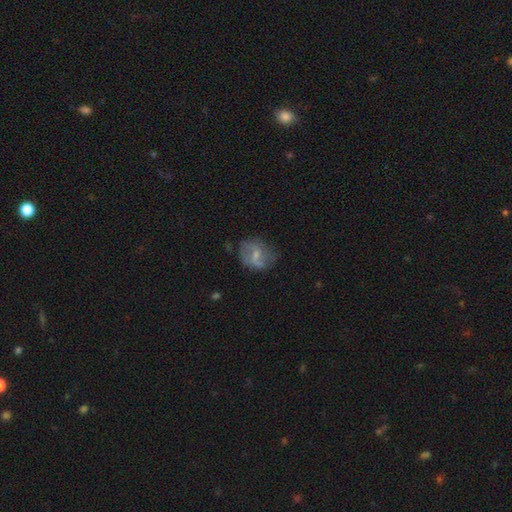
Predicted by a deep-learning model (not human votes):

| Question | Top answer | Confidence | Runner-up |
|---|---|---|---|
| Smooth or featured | featured or disk | 50% | smooth (42%) |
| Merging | none | 56% | minor disturbance (26%) |